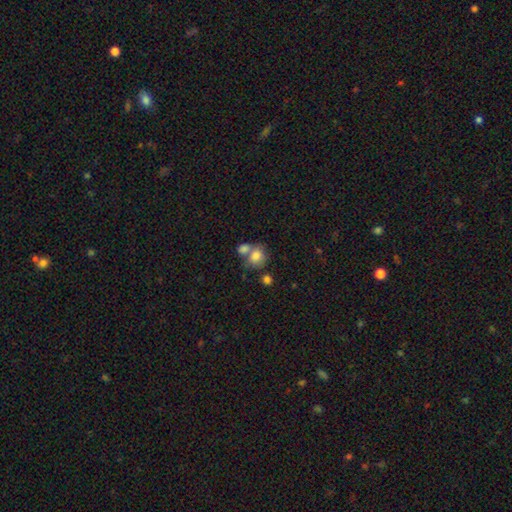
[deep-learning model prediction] This is likely a smooth galaxy (80%). How rounded: likely round (65%). Merging: marginally merger (45%).